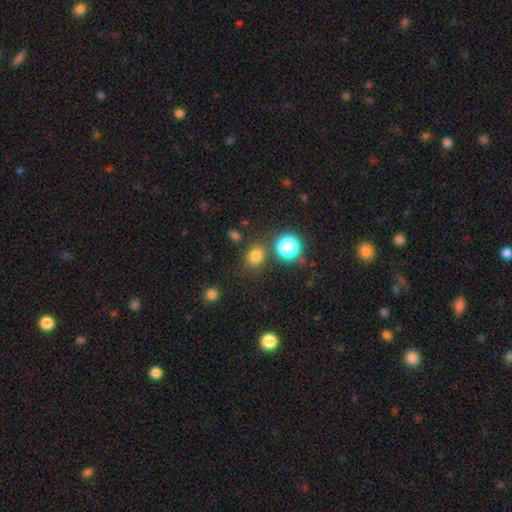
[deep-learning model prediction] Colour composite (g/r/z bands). It shows a smooth galaxy with no disk features (74%) that is round (72%). Merging: none (79%).